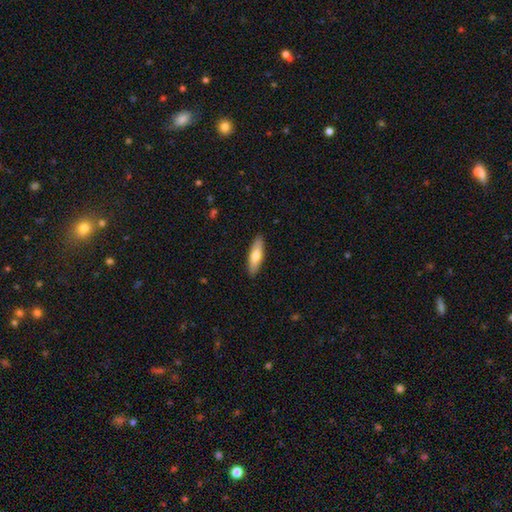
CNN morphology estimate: Q: Smooth or featured?
A: smooth (71%); runner-up: featured or disk (24%)
Q: How rounded?
A: cigar-shaped (58%); runner-up: in between (40%)
Q: Merging?
A: none (89%); runner-up: minor disturbance (8%)